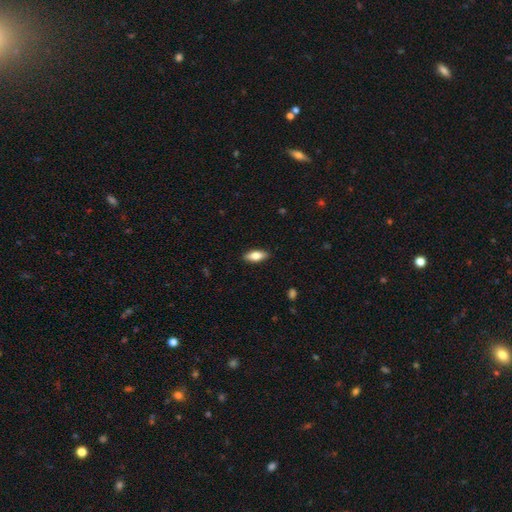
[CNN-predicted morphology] Smooth or featured? smooth (77%)
How rounded? in between (79%)
Merging? none (89%)